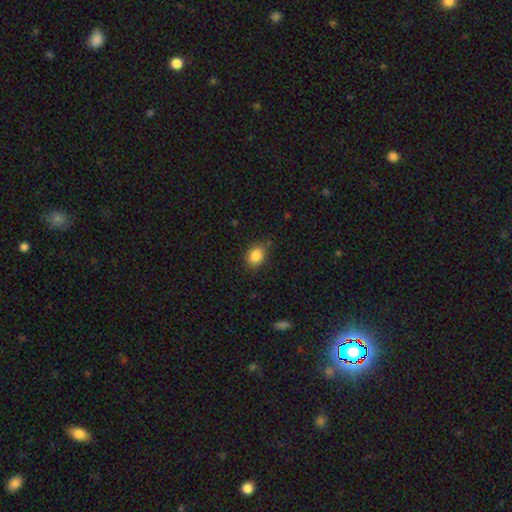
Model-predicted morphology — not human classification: A smooth galaxy with no disk features (86%) that is in between round and cigar-shaped (54%).

Vote fractions:
- Smooth or featured? smooth: 86% / star or artifact: 9% / featured or disk: 4%
- How rounded? in between: 54% / round: 45% / cigar-shaped: 1%
- Merging? none: 78% / minor disturbance: 16% / major disturbance: 3% / merger: 2%